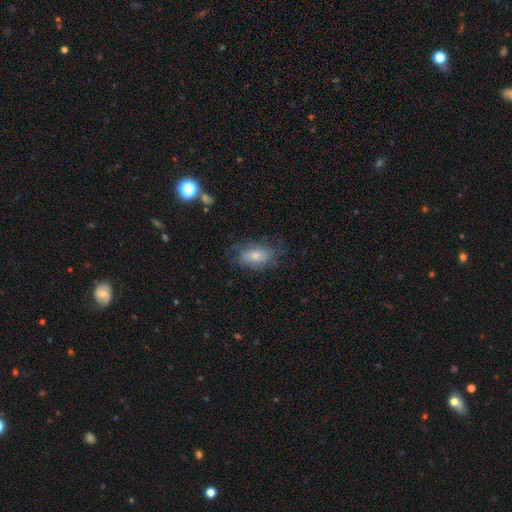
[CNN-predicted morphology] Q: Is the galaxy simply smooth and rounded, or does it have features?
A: smooth — 65%.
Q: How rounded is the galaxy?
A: in between — 89%.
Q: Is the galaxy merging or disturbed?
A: none — 63%.